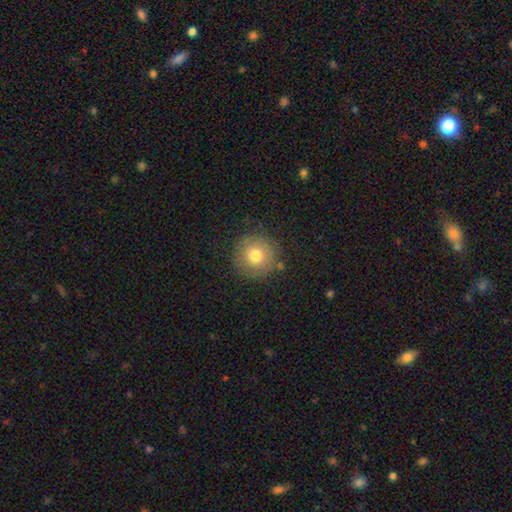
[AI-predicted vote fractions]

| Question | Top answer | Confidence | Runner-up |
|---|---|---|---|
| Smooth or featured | smooth | 75% | featured or disk (14%) |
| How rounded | round | 96% | in between (3%) |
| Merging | none | 85% | minor disturbance (10%) |